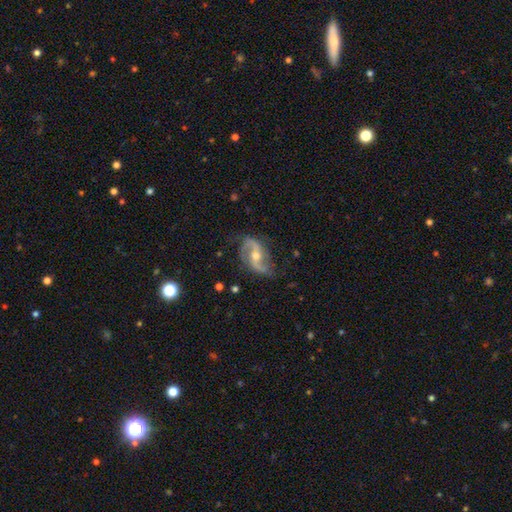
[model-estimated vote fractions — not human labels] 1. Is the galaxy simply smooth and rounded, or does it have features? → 89% featured or disk, 5% smooth, 5% star or artifact.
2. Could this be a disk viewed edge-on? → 97% no, 3% yes.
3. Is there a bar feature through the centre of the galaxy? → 39% weak, 37% no, 24% strong.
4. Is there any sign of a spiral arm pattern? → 96% yes, 4% no.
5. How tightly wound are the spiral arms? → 66% loose, 27% medium, 7% tight.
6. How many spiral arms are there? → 93% 2, 2% can't tell, 2% 1, 1% 3, 1% 4, 1% more than 4.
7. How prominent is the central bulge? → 61% moderate, 34% small, 3% large, 2% none, 1% dominant.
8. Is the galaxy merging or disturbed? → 74% none, 17% minor disturbance, 7% major disturbance, 2% merger.